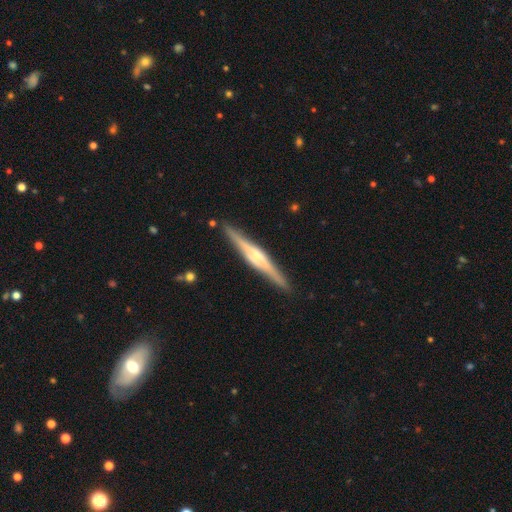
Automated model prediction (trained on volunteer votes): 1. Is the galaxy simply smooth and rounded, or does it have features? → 78% featured or disk, 17% smooth, 5% star or artifact.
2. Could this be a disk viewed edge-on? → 98% yes, 2% no.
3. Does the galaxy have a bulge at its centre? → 61% rounded, 30% boxy, 9% none.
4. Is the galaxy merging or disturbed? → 90% none, 7% minor disturbance, 1% major disturbance, 1% merger.